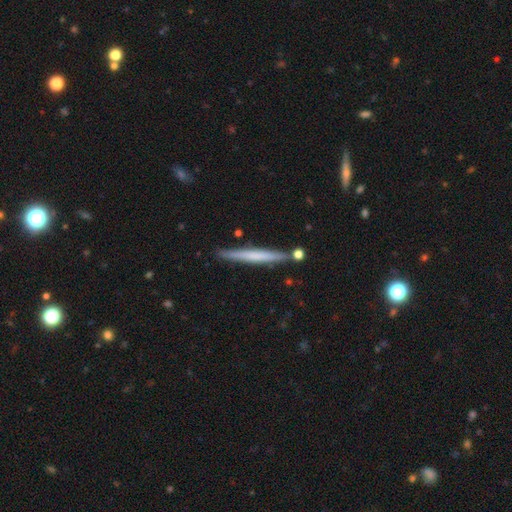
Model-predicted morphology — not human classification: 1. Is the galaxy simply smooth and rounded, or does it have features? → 50% smooth, 45% featured or disk, 6% star or artifact.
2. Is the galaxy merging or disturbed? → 86% none, 9% minor disturbance, 4% merger, 2% major disturbance.